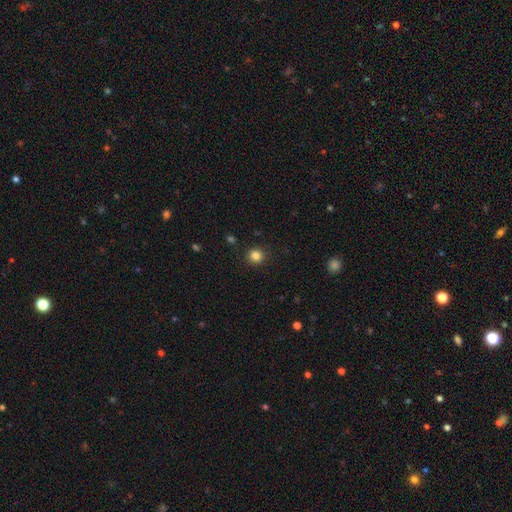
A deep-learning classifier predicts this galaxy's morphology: The model was most divided on "smooth or featured": smooth: 83%, star or artifact: 12%, featured or disk: 5%. More confident: merging — none (91%); how rounded — round (90%).